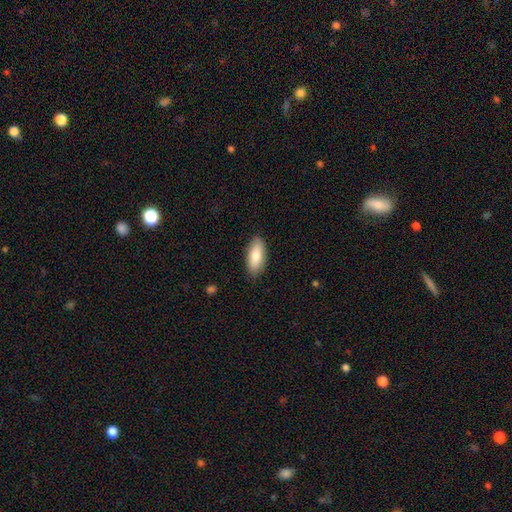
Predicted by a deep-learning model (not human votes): Smooth or featured: smooth — 80% (featured or disk — 14%)
How rounded: in between — 82% (cigar-shaped — 15%)
Merging: none — 87% (minor disturbance — 10%)